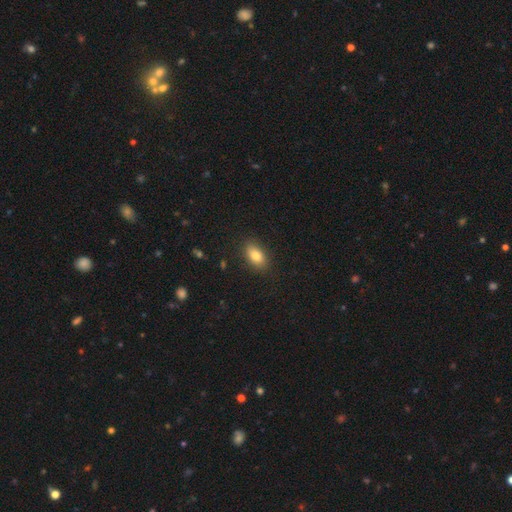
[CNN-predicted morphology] smooth-or-featured: smooth: 81% | featured or disk: 10% | star or artifact: 8%
  how-rounded: in between: 89% | round: 7% | cigar-shaped: 4%
  merging: none: 87% | minor disturbance: 10% | major disturbance: 2% | merger: 1%